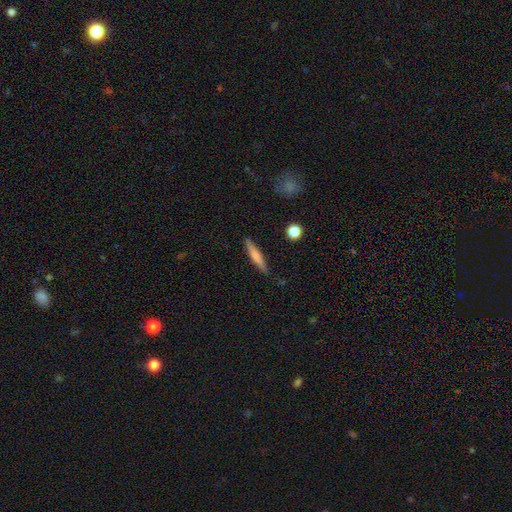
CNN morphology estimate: type=smooth (60%); roundness=cigar-shaped (91%); merging=none (86%).